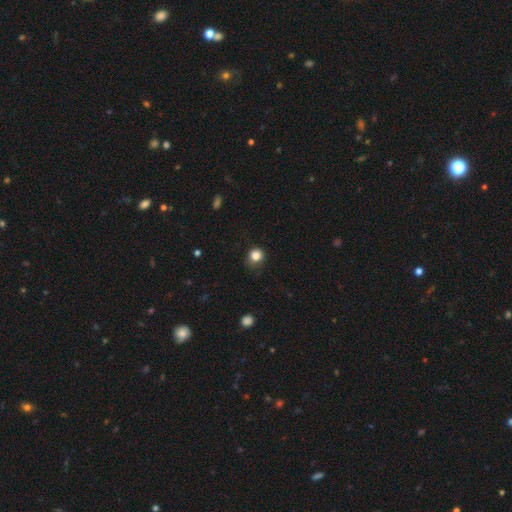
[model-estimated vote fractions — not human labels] This appears to be a smooth galaxy with no disk features (84%) that is round (86%). Merging: none (74%).